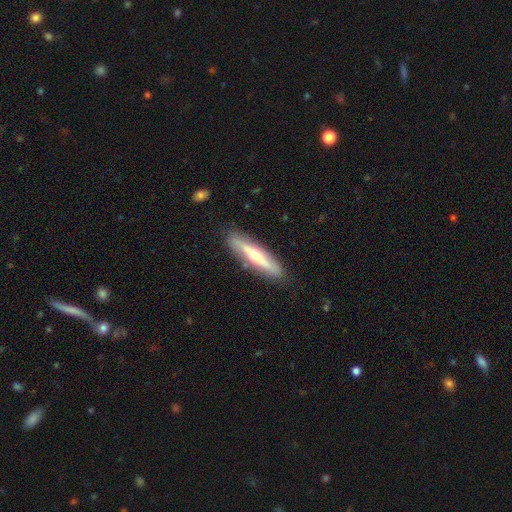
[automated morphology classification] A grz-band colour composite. It shows a featured or disk galaxy (57%) viewed edge-on (79%). Merging: none (85%).